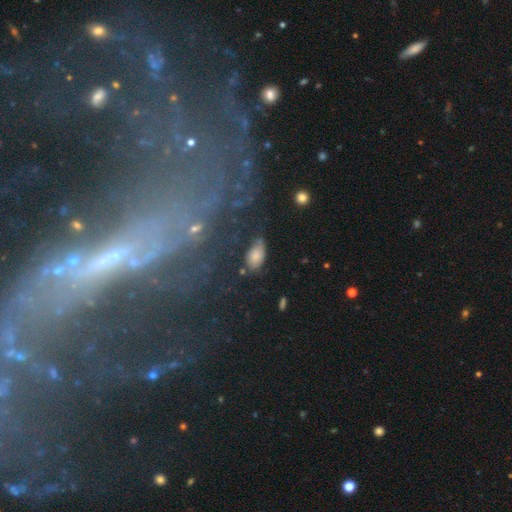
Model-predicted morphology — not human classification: Smooth or featured?
  - smooth: 68% *
  - featured or disk: 20%
  - star or artifact: 12%
How rounded?
  - in between: 90% *
  - round: 6%
  - cigar-shaped: 4%
Merging?
  - none: 58% *
  - minor disturbance: 28%
  - major disturbance: 10%
  - merger: 5%